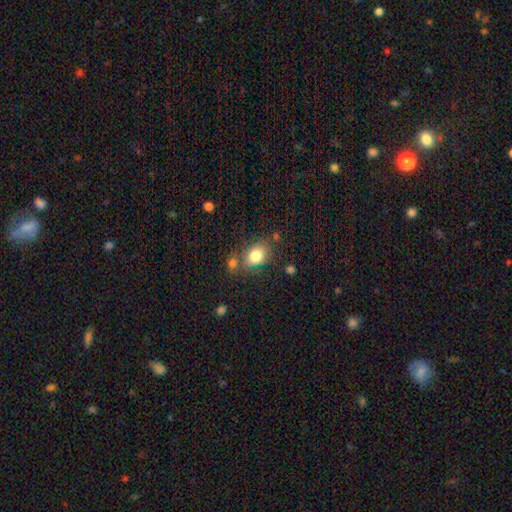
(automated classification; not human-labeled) A smooth galaxy with no disk features (81%) that is in between round and cigar-shaped (69%).

Vote fractions:
- Smooth or featured? smooth: 81% / featured or disk: 10% / star or artifact: 9%
- How rounded? in between: 69% / round: 30% / cigar-shaped: 1%
- Merging? none: 64% / minor disturbance: 16% / merger: 15% / major disturbance: 5%